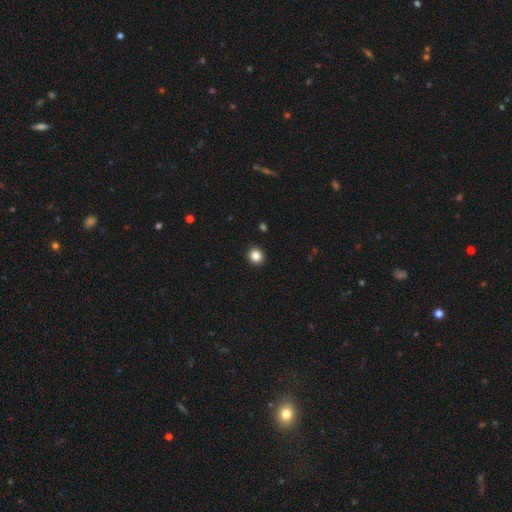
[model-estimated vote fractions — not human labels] Q: Smooth or featured?
A: smooth (85%); runner-up: star or artifact (11%)
Q: How rounded?
A: round (86%); runner-up: in between (13%)
Q: Merging?
A: none (93%); runner-up: minor disturbance (5%)